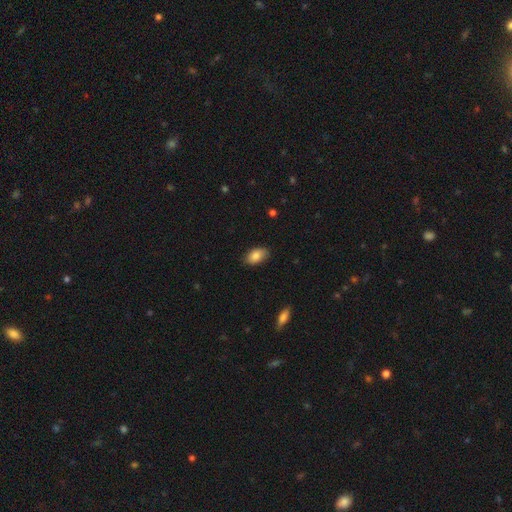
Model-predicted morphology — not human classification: The model was most divided on "merging": none: 83%, minor disturbance: 14%, major disturbance: 2%, merger: 1%. More confident: how rounded — in between (92%); smooth or featured — smooth (85%).